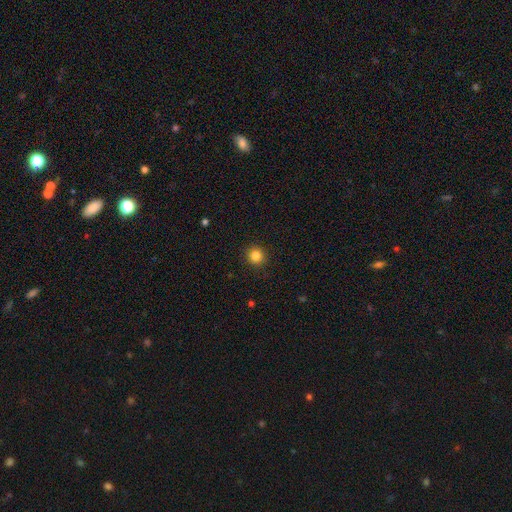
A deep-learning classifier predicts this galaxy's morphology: smooth 84%, star or artifact 12%, featured or disk 4%. Down the decision tree: how rounded — round (93%); merging — none (92%).